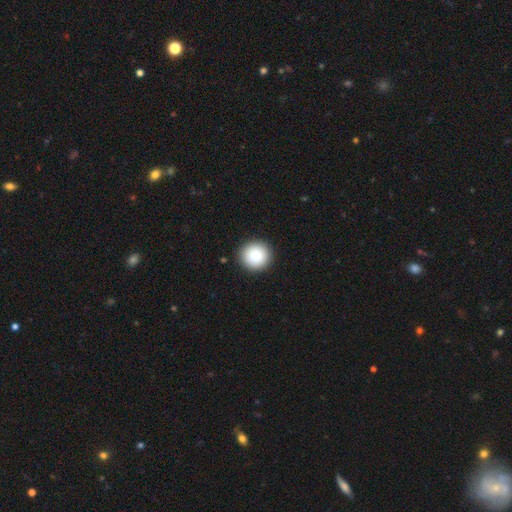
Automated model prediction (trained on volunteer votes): Q: Smooth or featured?
A: smooth (76%); runner-up: featured or disk (14%)
Q: How rounded?
A: round (95%); runner-up: in between (4%)
Q: Merging?
A: none (93%); runner-up: minor disturbance (5%)